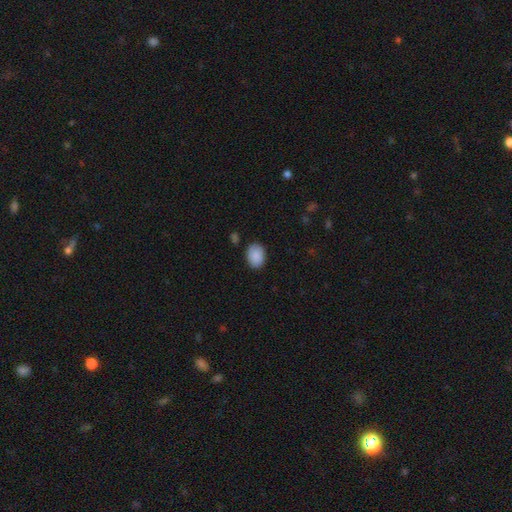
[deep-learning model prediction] This is clearly a smooth galaxy (90%). How rounded: likely in between (73%). Merging: clearly none (85%).